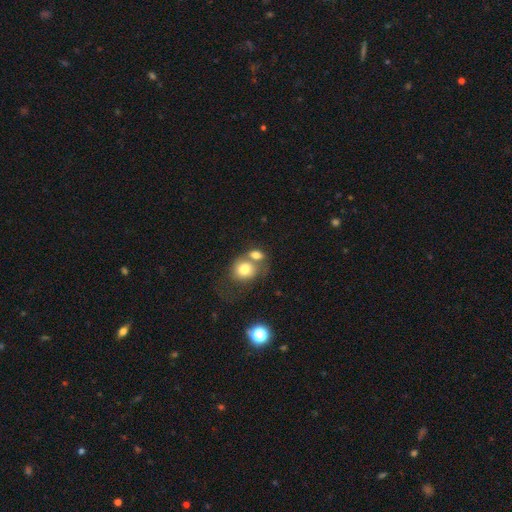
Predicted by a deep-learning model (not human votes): The model was most divided on "how rounded": round: 55%, in between: 43%, cigar-shaped: 1%. More confident: smooth or featured — smooth (75%); merging — merger (54%).